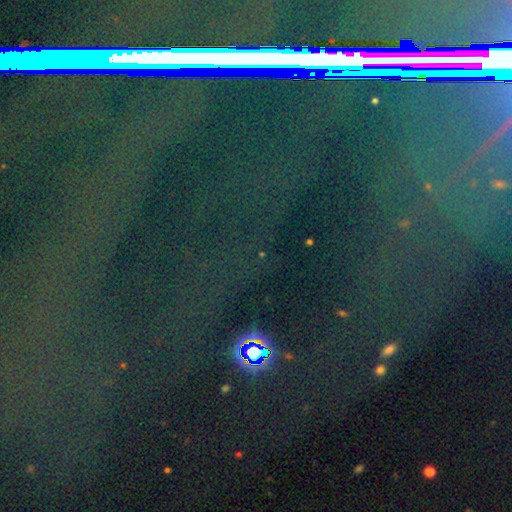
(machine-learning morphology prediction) Smooth or featured? Predicted: star or artifact (p=0.82).